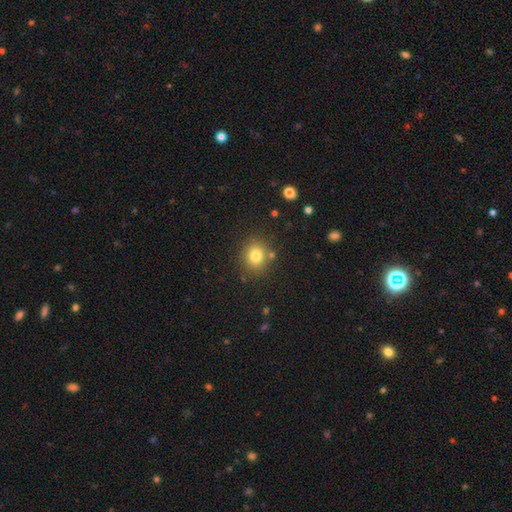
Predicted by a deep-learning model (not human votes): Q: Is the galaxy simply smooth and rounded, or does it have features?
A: smooth — 79%.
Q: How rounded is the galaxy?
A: round — 78%.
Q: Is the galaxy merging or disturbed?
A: none — 82%.